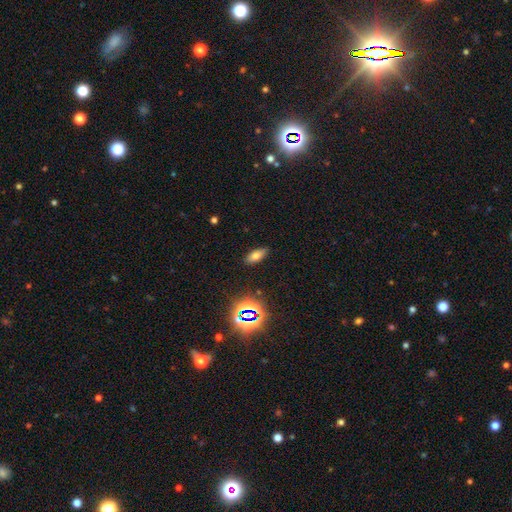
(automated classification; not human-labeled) Overall: smooth (69%). How rounded: in between (82%). Merging: none (86%).